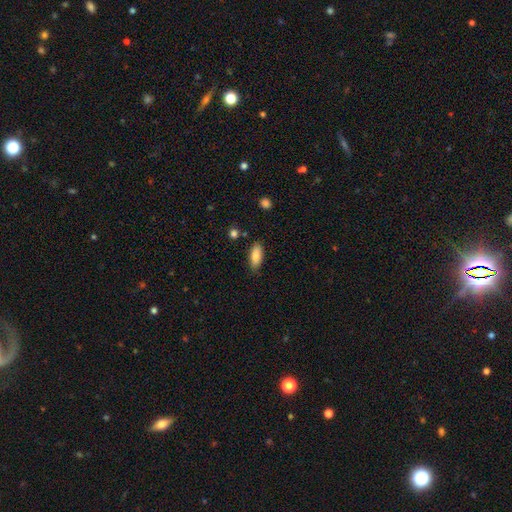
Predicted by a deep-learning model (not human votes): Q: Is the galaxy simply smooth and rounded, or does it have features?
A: smooth — 85%.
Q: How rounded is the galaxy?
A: in between — 78%.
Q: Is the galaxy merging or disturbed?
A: none — 84%.